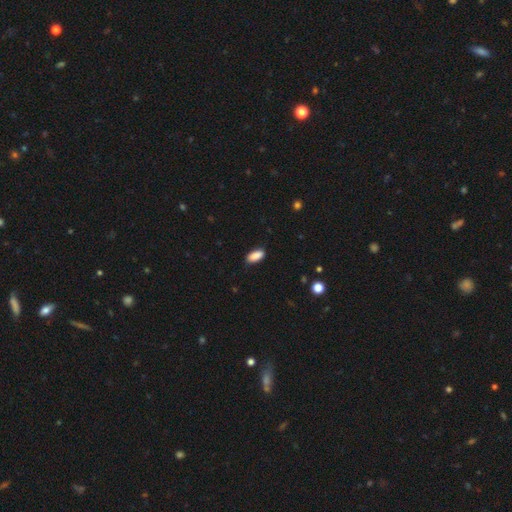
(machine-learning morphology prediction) Smooth or featured? smooth (89%)
How rounded? in between (87%)
Merging? none (85%)